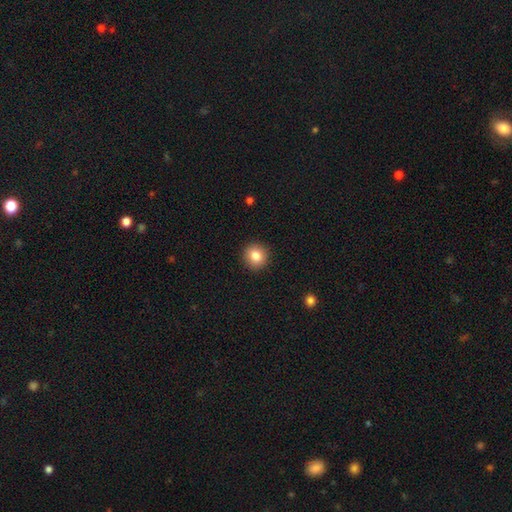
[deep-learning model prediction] Smooth or featured: smooth — 83% (star or artifact — 9%)
How rounded: round — 92% (in between — 7%)
Merging: none — 92% (minor disturbance — 5%)